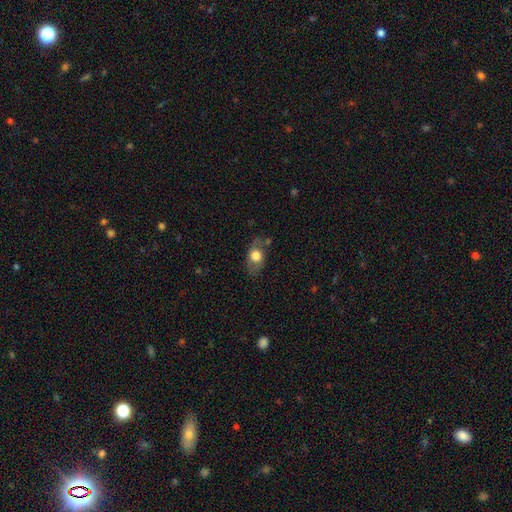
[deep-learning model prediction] Smooth or featured? smooth (64%)
How rounded? in between (76%)
Merging? none (66%)